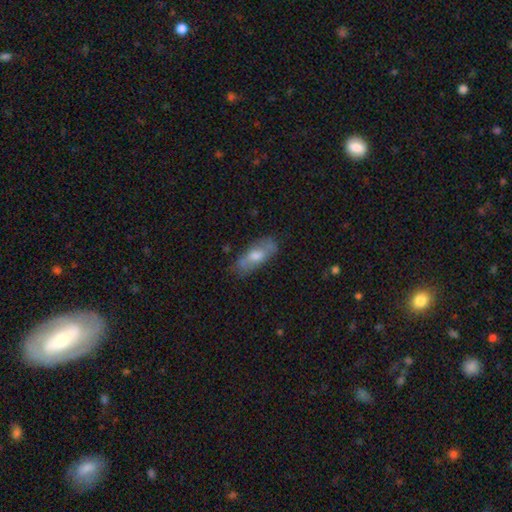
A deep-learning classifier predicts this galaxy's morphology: type=smooth (53%); roundness=in between (66%); merging=none (73%).